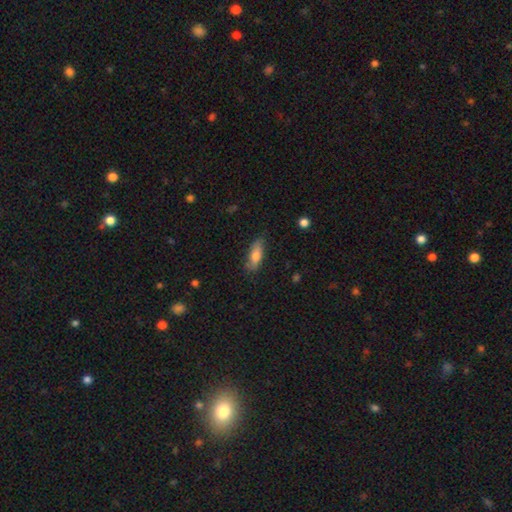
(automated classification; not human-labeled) Morphology: type=smooth (72%); roundness=in between (65%); merging=none (73%).